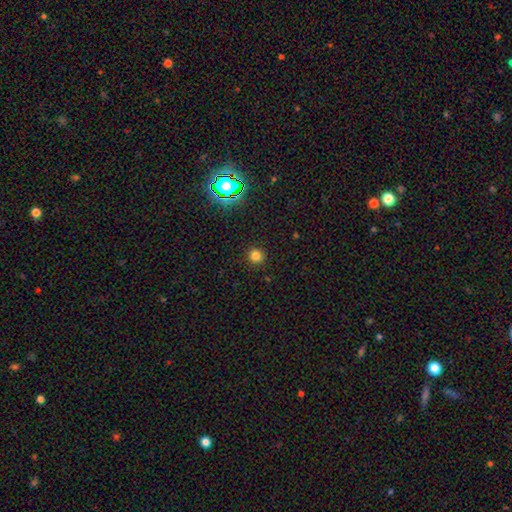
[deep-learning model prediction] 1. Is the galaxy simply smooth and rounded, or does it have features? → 77% smooth, 18% star or artifact, 5% featured or disk.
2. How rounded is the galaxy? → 93% round, 6% in between, 1% cigar-shaped.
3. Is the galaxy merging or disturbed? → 91% none, 6% minor disturbance, 2% major disturbance, 1% merger.